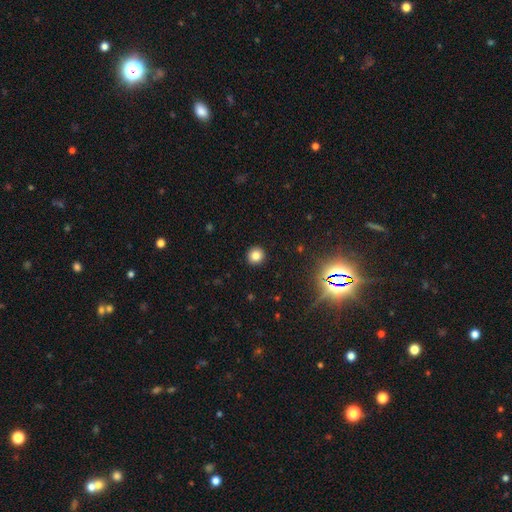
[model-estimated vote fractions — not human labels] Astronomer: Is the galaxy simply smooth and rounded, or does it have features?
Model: smooth — 81%.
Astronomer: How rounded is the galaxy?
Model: round — 92%.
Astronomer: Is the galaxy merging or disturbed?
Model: none — 92%.